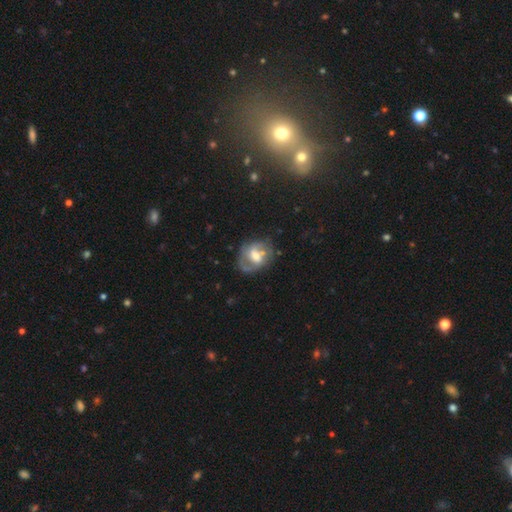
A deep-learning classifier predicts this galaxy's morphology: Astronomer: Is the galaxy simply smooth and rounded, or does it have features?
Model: featured or disk — 67%.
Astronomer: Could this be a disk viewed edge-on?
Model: no — 97%.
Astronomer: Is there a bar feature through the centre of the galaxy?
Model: weak — 48% (runner-up: no, 36%).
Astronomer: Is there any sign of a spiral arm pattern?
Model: yes — 77%.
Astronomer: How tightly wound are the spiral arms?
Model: medium — 46% (runner-up: tight, 30%).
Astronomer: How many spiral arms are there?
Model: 2 — 60%.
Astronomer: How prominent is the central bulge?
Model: moderate — 59%.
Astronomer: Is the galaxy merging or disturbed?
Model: none — 58%.